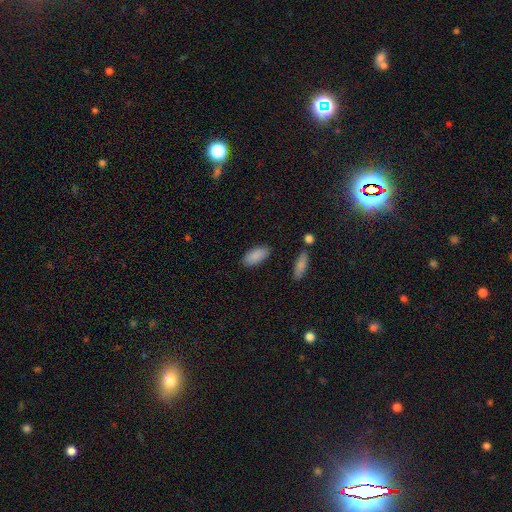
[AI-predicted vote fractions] Q: Smooth or featured?
A: smooth (89%); runner-up: star or artifact (6%)
Q: How rounded?
A: in between (90%); runner-up: cigar-shaped (8%)
Q: Merging?
A: none (86%); runner-up: minor disturbance (10%)